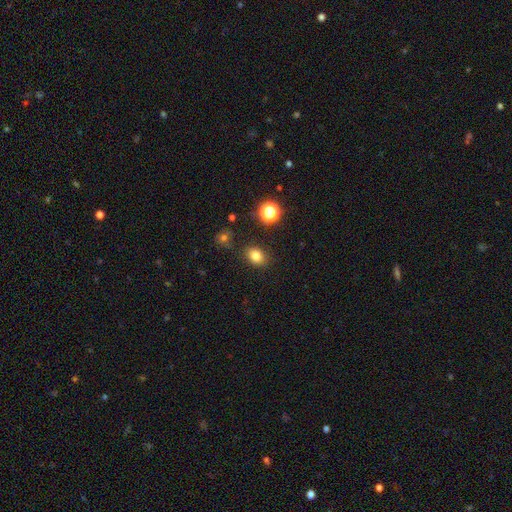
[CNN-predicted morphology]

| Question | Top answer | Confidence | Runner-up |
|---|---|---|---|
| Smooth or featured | smooth | 80% | star or artifact (14%) |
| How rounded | in between | 61% | round (38%) |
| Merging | none | 83% | minor disturbance (11%) |